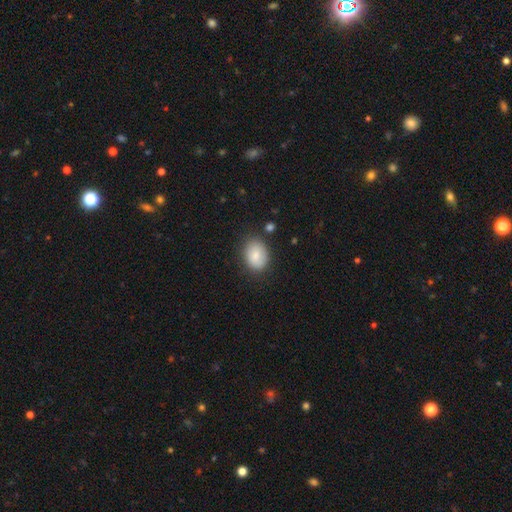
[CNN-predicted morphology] Smooth or featured? smooth (83%)
How rounded? in between (69%)
Merging? none (75%)